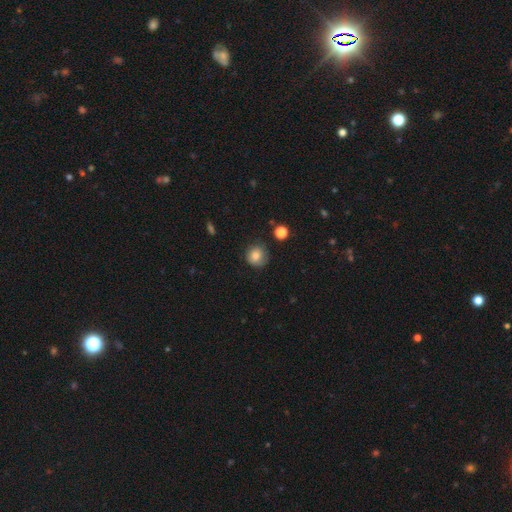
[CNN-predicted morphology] This appears to be a smooth galaxy with no disk features (82%) that is round (89%). Merging: none (77%).